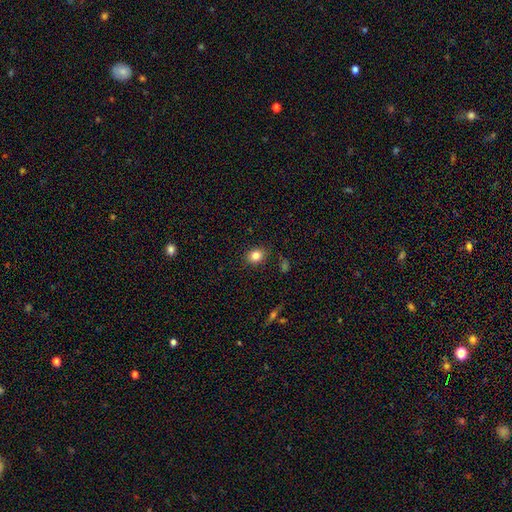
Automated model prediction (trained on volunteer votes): smooth_or_featured: smooth (p=0.82) [alt: star or artifact p=0.11]
how_rounded: round (p=0.64) [alt: in between p=0.35]
merging: none (p=0.86) [alt: minor disturbance p=0.10]